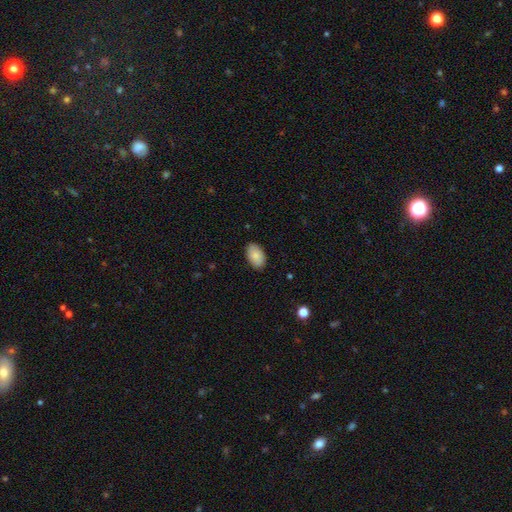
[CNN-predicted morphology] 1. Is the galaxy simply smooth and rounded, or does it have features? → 87% smooth, 7% featured or disk, 6% star or artifact.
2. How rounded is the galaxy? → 93% in between, 6% round, 1% cigar-shaped.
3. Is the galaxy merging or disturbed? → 87% none, 10% minor disturbance, 2% major disturbance, 1% merger.